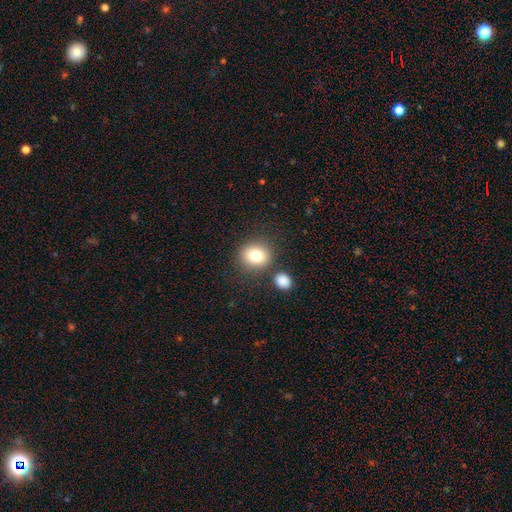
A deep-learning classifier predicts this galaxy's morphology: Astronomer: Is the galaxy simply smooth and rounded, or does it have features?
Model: smooth — 81%.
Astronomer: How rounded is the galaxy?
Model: round — 72%.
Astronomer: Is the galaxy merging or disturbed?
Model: none — 77%.